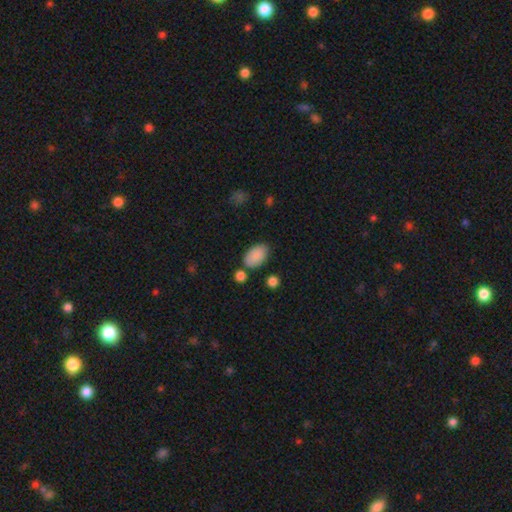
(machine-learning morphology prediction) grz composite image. It shows a smooth galaxy with no disk features (88%) that is in between round and cigar-shaped (93%). Merging: none (74%).